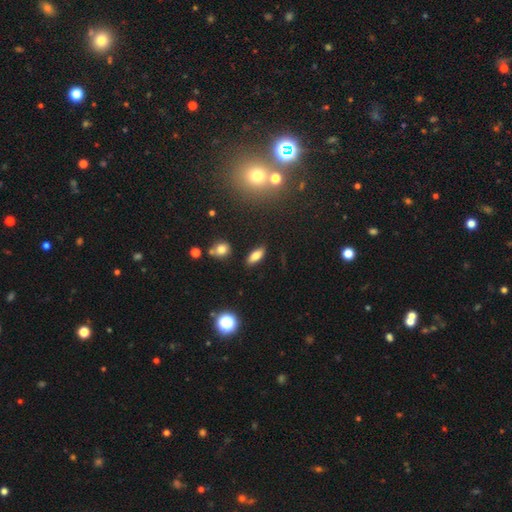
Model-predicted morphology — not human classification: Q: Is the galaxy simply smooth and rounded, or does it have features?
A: smooth — 76%.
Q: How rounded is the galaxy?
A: in between — 75%.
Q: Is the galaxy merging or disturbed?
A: none — 84%.